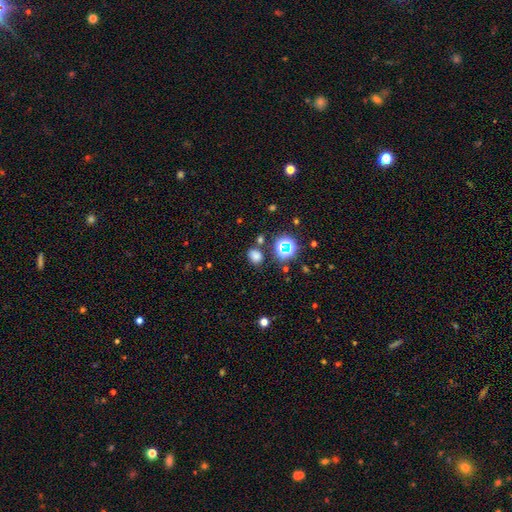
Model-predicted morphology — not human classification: The model was most divided on "how rounded": in between: 52%, round: 47%, cigar-shaped: 1%. More confident: merging — none (76%); smooth or featured — smooth (71%).